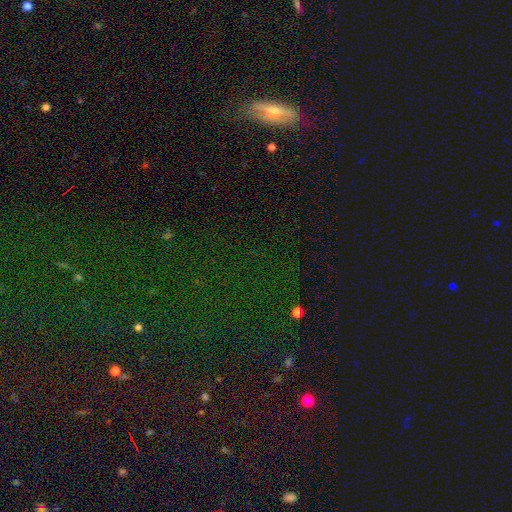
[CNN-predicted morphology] smooth_or_featured: star or artifact (p=0.62) [alt: smooth p=0.24]